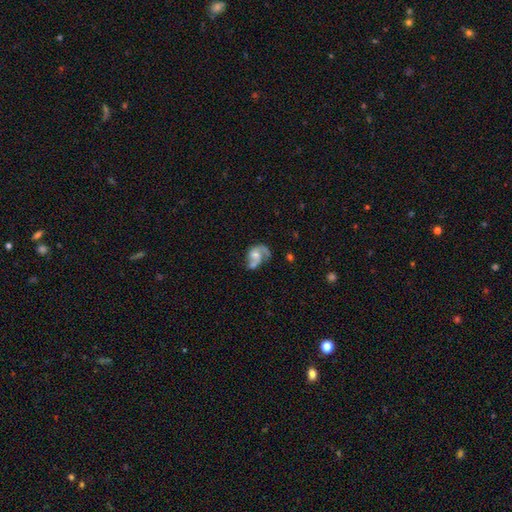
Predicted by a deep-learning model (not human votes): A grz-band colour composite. It shows a featured or disk galaxy (71%) with no bar (67%), 2 (67%) medium (43%) spiral arms (86%) and a moderate central bulge (37%). Merging: none (32%).